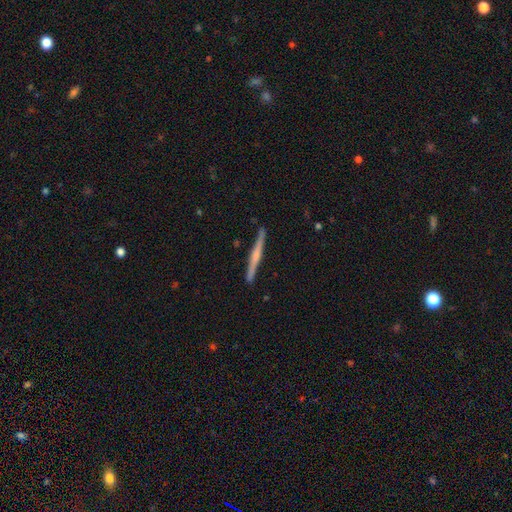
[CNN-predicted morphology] A featured or disk galaxy (68%) viewed edge-on (98%) with a rounded central bulge (59%). Merging: none (91%).